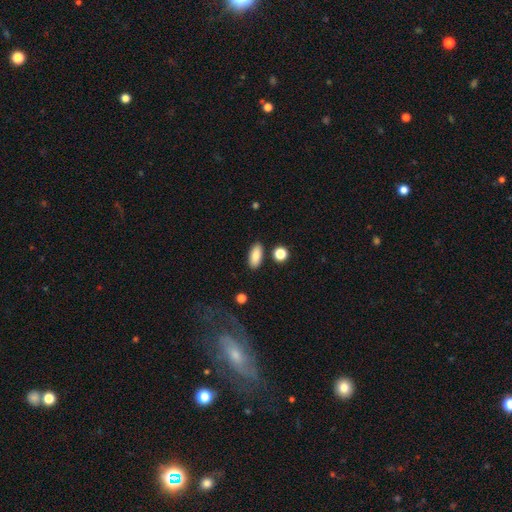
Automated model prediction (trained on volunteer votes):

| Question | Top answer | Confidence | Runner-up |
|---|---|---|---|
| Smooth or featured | smooth | 85% | featured or disk (8%) |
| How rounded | in between | 86% | cigar-shaped (11%) |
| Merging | none | 85% | minor disturbance (9%) |